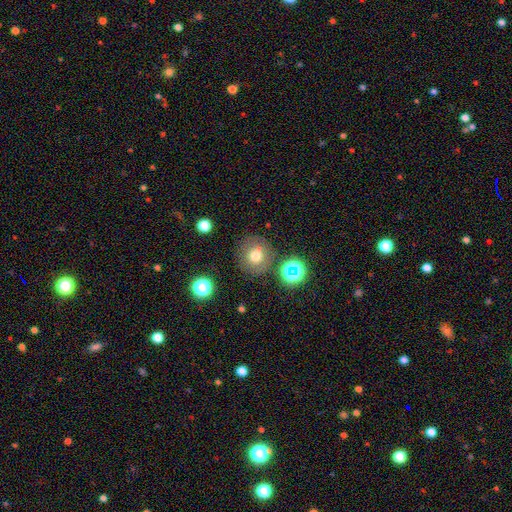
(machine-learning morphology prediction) A smooth galaxy with no disk features (70%) that is round (89%).

Vote fractions:
- Smooth or featured? smooth: 70% / star or artifact: 16% / featured or disk: 14%
- How rounded? round: 89% / in between: 10% / cigar-shaped: 1%
- Merging? none: 79% / minor disturbance: 11% / merger: 5% / major disturbance: 5%